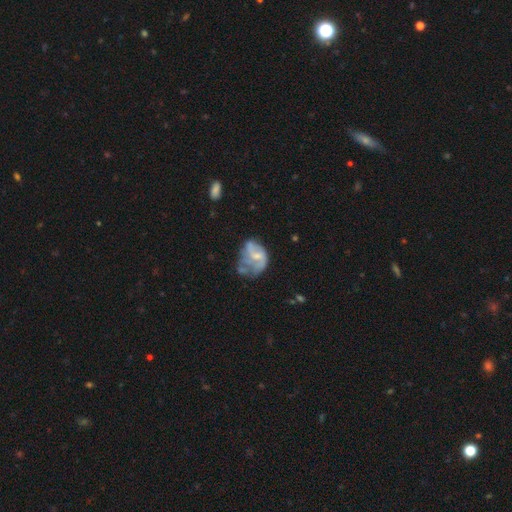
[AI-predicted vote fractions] This appears to be a featured or disk galaxy (57%) with no bar (61%), no spiral arms (56%) and a small central bulge (38%). Merging: major disturbance (36%).